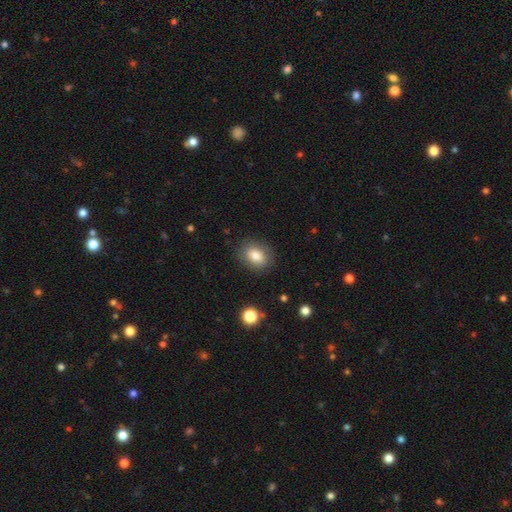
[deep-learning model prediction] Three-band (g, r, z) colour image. It shows a smooth galaxy with no disk features (80%) that is in between round and cigar-shaped (65%). Merging: none (84%).